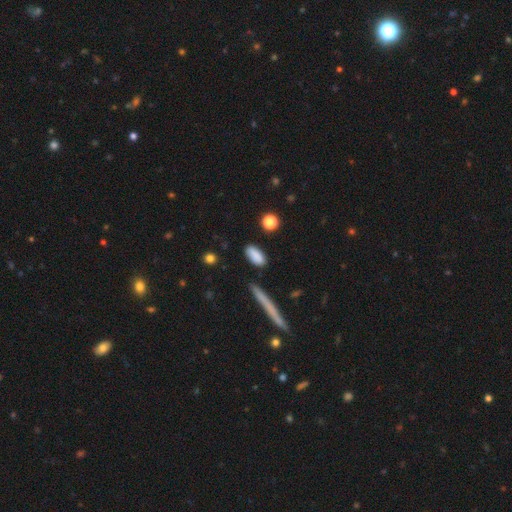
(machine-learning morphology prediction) Smooth or featured?
  - smooth: 86% *
  - star or artifact: 7%
  - featured or disk: 7%
How rounded?
  - in between: 84% *
  - cigar-shaped: 12%
  - round: 4%
Merging?
  - none: 83% *
  - minor disturbance: 12%
  - major disturbance: 3%
  - merger: 3%